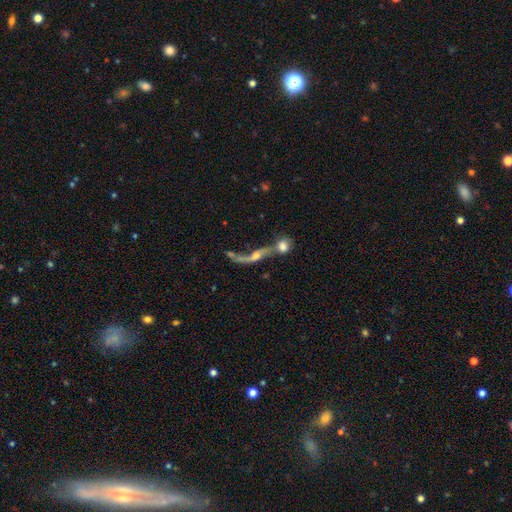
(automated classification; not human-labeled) Smooth or featured?
  - featured or disk: 67% *
  - smooth: 21%
  - star or artifact: 12%
Edge-on disk?
  - no: 67% *
  - yes: 33%
Merging?
  - merger: 54% *
  - none: 22%
  - major disturbance: 15%
  - minor disturbance: 9%